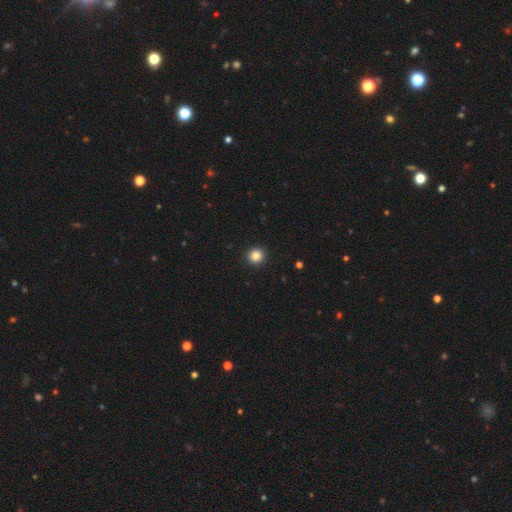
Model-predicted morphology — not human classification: Smooth or featured? Predicted: smooth (p=0.84). How rounded? Predicted: round (p=0.93). Merging? Predicted: none (p=0.93).